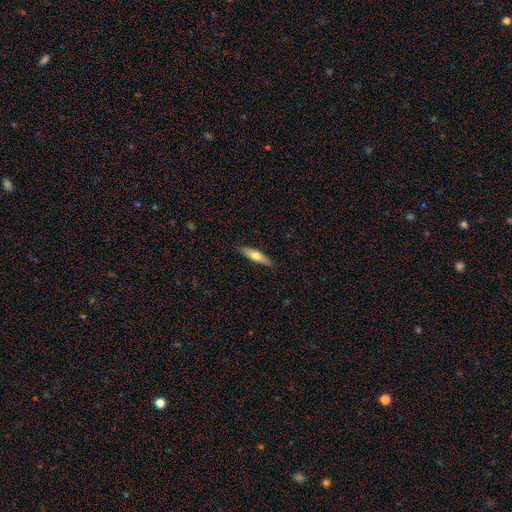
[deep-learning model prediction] Smooth or featured? Predicted: smooth (p=0.56). How rounded? Predicted: cigar-shaped (p=0.74). Merging? Predicted: none (p=0.88).